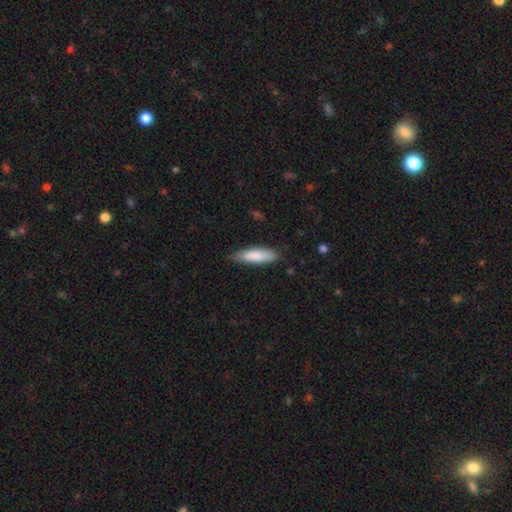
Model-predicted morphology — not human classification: smooth 84%, featured or disk 11%, star or artifact 5%. Down the decision tree: how rounded — cigar-shaped (59%); merging — none (78%).